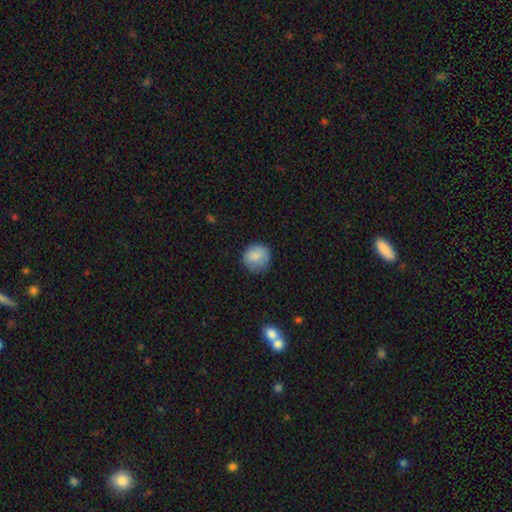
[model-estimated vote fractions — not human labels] Smooth or featured?
  - smooth: 86% *
  - star or artifact: 8%
  - featured or disk: 7%
How rounded?
  - round: 88% *
  - in between: 11%
  - cigar-shaped: 1%
Merging?
  - none: 80% *
  - minor disturbance: 15%
  - major disturbance: 4%
  - merger: 1%